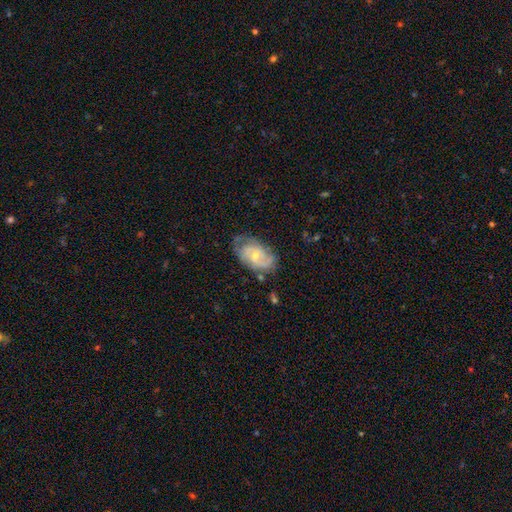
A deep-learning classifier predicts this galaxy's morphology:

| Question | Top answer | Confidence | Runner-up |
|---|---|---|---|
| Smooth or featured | featured or disk | 71% | smooth (23%) |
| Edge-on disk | no | 96% | yes (4%) |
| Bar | no | 54% | weak (40%) |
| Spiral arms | yes | 89% | no (11%) |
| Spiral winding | medium | 43% | tight (41%) |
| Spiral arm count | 2 | 54% | can't tell (26%) |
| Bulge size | small | 57% | moderate (38%) |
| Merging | none | 62% | minor disturbance (26%) |